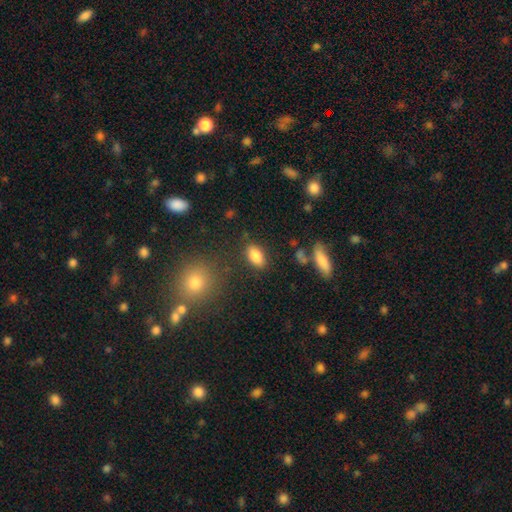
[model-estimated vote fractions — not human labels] Overall: smooth (85%). How rounded: in between (91%). Merging: none (84%).